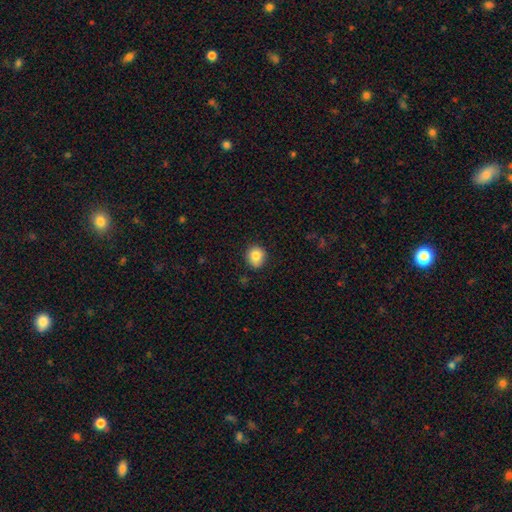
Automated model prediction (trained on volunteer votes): Smooth or featured: smooth — 84% (star or artifact — 9%)
How rounded: round — 78% (in between — 21%)
Merging: none — 85% (minor disturbance — 12%)